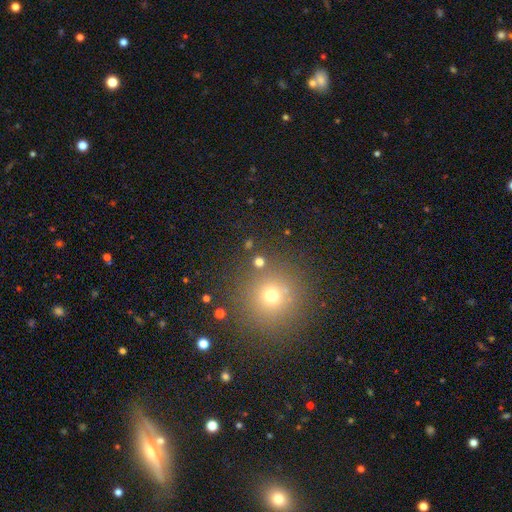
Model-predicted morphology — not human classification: Smooth or featured? smooth (56%)
How rounded? round (94%)
Merging? none (87%)